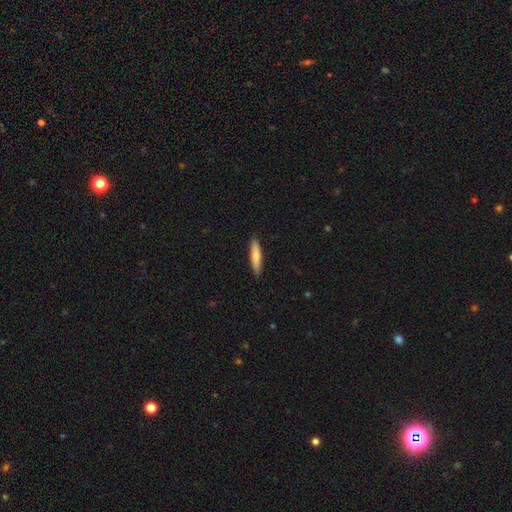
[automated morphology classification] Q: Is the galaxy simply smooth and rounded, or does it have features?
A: smooth — 75%.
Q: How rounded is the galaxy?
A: cigar-shaped — 86%.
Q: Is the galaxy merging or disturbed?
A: none — 90%.